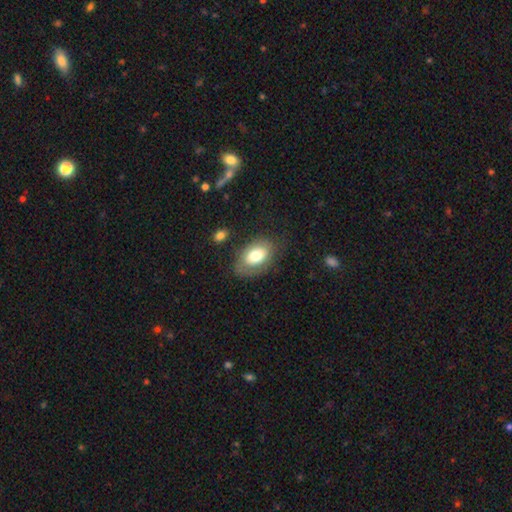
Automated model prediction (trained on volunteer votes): Smooth or featured? smooth (69%)
How rounded? in between (89%)
Merging? none (67%)